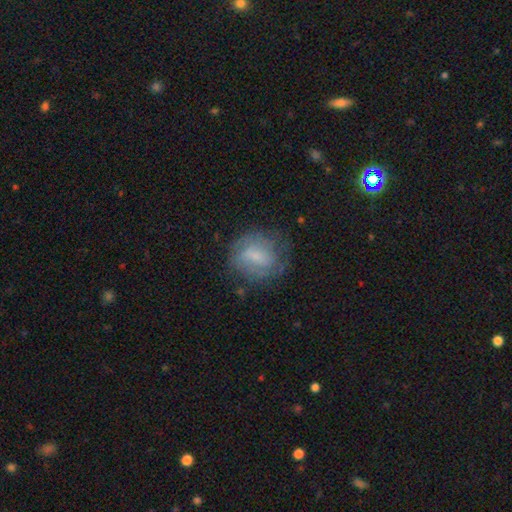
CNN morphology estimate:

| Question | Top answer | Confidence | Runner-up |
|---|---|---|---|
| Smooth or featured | smooth | 46% | featured or disk (45%) |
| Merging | none | 67% | minor disturbance (21%) |